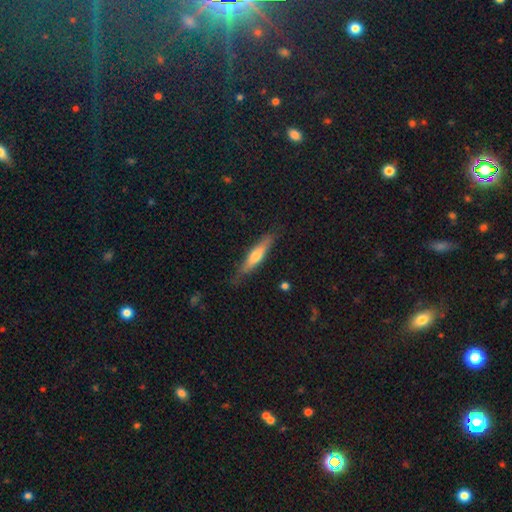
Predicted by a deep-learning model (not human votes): Q: Smooth or featured?
A: smooth (55%); runner-up: featured or disk (40%)
Q: How rounded?
A: cigar-shaped (84%); runner-up: in between (14%)
Q: Merging?
A: none (80%); runner-up: minor disturbance (15%)